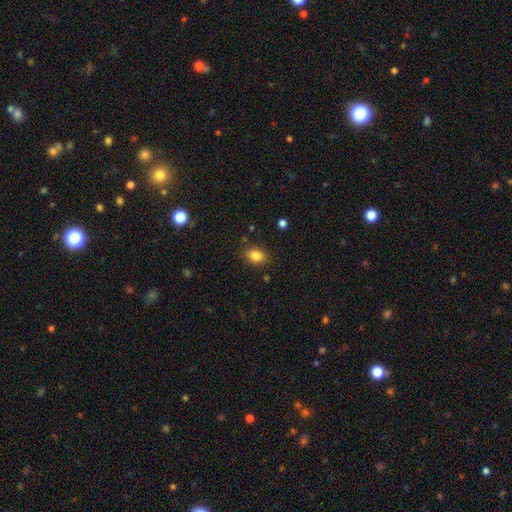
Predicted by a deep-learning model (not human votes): A smooth galaxy with no disk features (84%) that is in between round and cigar-shaped (73%).

Vote fractions:
- Smooth or featured? smooth: 84% / star or artifact: 10% / featured or disk: 6%
- How rounded? in between: 73% / round: 25% / cigar-shaped: 2%
- Merging? none: 85% / minor disturbance: 11% / major disturbance: 3% / merger: 2%